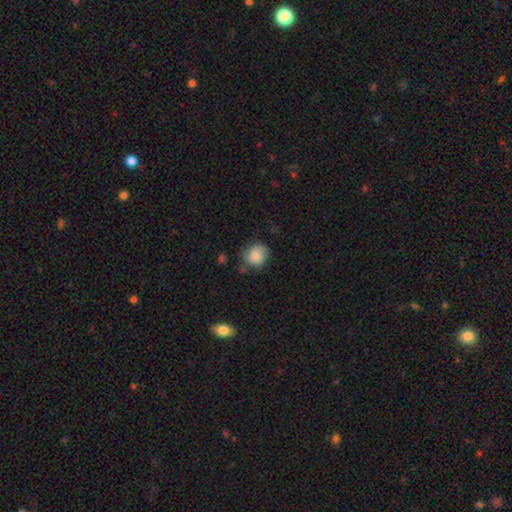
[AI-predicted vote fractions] Overall: smooth (82%). How rounded: round (75%). Merging: none (64%; minor disturbance 25%).